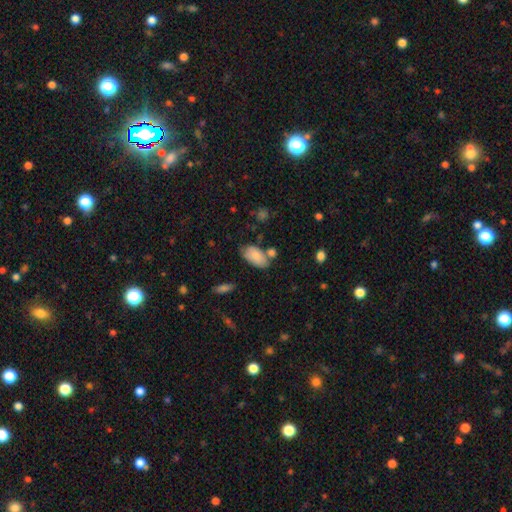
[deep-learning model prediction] Morphology: type=smooth (80%); roundness=in between (94%); merging=none (57%).